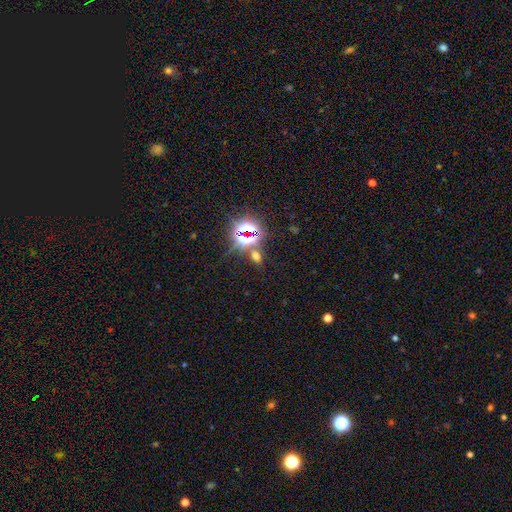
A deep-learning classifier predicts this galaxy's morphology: The model was most divided on "smooth or featured": star or artifact: 51%, smooth: 40%, featured or disk: 9%.